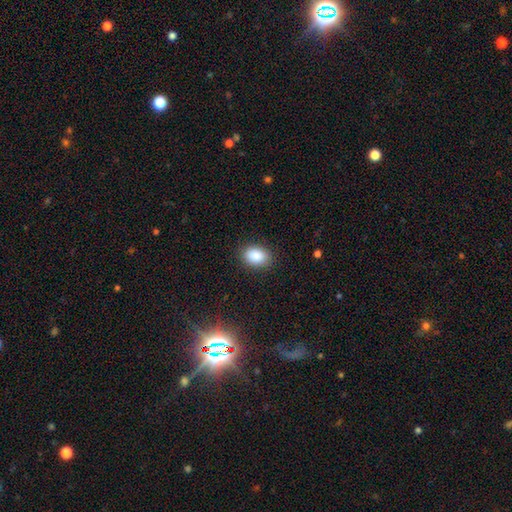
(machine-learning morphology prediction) smooth 89%, star or artifact 8%, featured or disk 4%. Down the decision tree: how rounded — in between (81%); merging — none (87%).